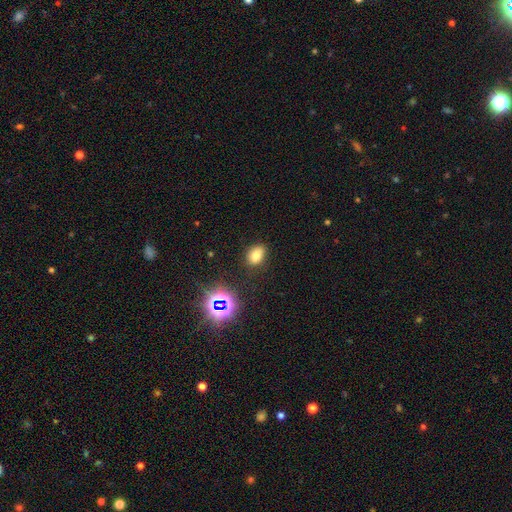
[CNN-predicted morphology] type=smooth (72%); roundness=in between (76%); merging=none (81%).